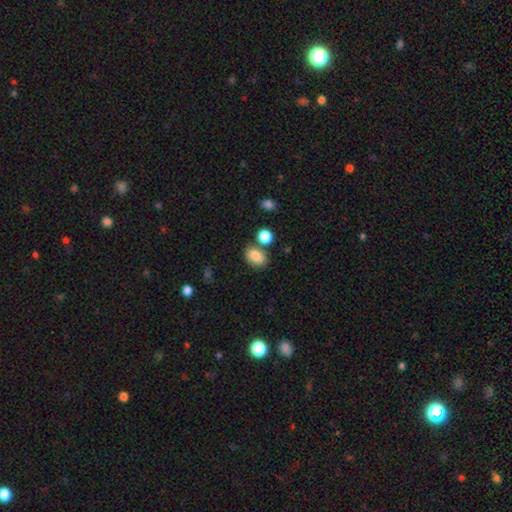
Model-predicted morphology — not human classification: A smooth galaxy with no disk features (82%) that is in between round and cigar-shaped (79%).

Vote fractions:
- Smooth or featured? smooth: 82% / star or artifact: 9% / featured or disk: 8%
- How rounded? in between: 79% / round: 19% / cigar-shaped: 2%
- Merging? none: 68% / merger: 14% / minor disturbance: 14% / major disturbance: 4%